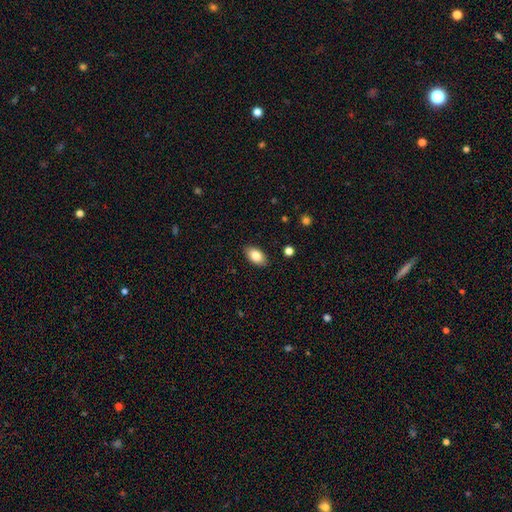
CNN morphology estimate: Smooth or featured?
  - smooth: 84% *
  - featured or disk: 8%
  - star or artifact: 7%
How rounded?
  - in between: 93% *
  - round: 6%
  - cigar-shaped: 2%
Merging?
  - none: 88% *
  - minor disturbance: 9%
  - major disturbance: 2%
  - merger: 1%